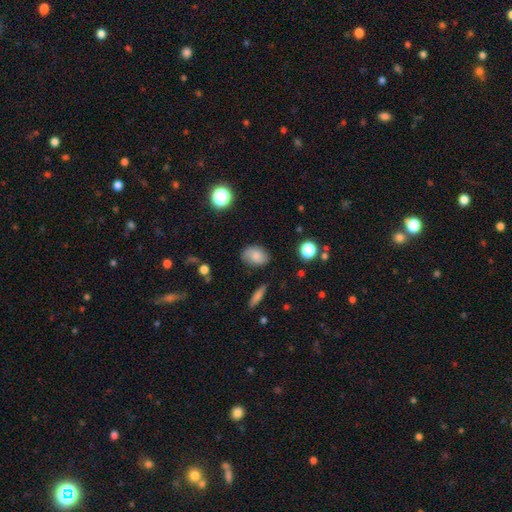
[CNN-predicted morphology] smooth 70%, featured or disk 20%, star or artifact 10%. Down the decision tree: how rounded — in between (78%); merging — none (78%).